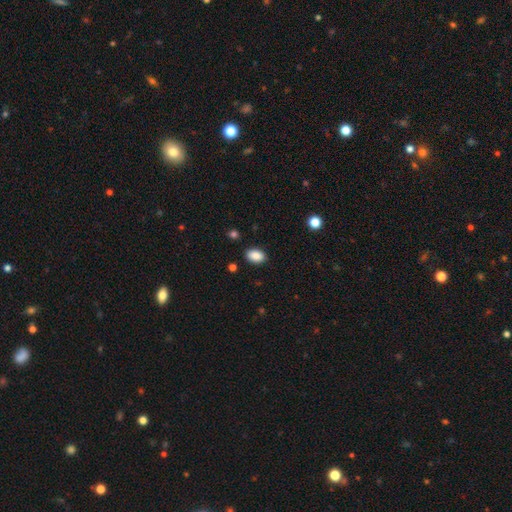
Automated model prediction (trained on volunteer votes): This appears to be a smooth galaxy with no disk features (89%) that is in between round and cigar-shaped (88%). Merging: none (88%).